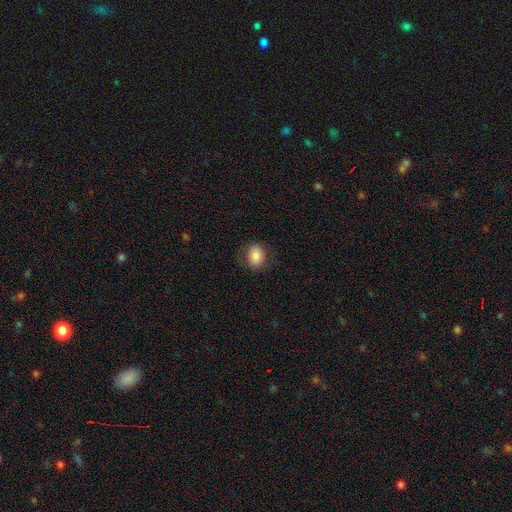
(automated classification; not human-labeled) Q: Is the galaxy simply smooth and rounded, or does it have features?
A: smooth — 82%.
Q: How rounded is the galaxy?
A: in between — 55%.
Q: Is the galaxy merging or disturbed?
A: none — 81%.